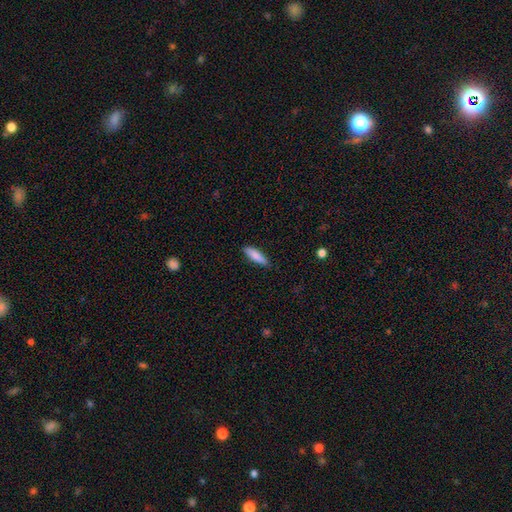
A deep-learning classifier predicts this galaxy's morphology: Smooth or featured? smooth (84%)
How rounded? cigar-shaped (63%)
Merging? none (85%)